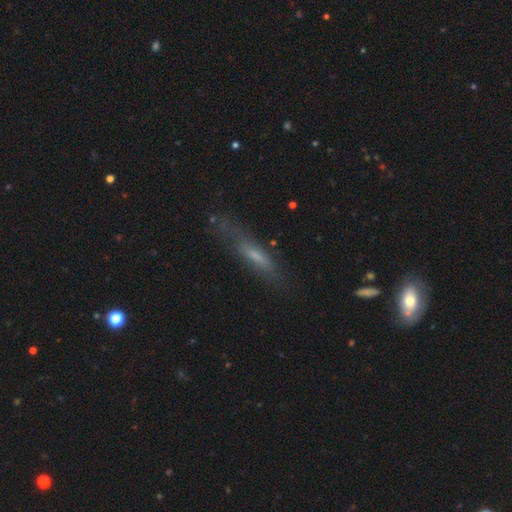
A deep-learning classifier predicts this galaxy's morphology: A smooth galaxy with no disk features (52%) that is cigar-shaped (81%).

Vote fractions:
- Smooth or featured? smooth: 52% / featured or disk: 38% / star or artifact: 10%
- How rounded? cigar-shaped: 81% / in between: 17% / round: 2%
- Merging? none: 67% / minor disturbance: 21% / major disturbance: 10% / merger: 3%